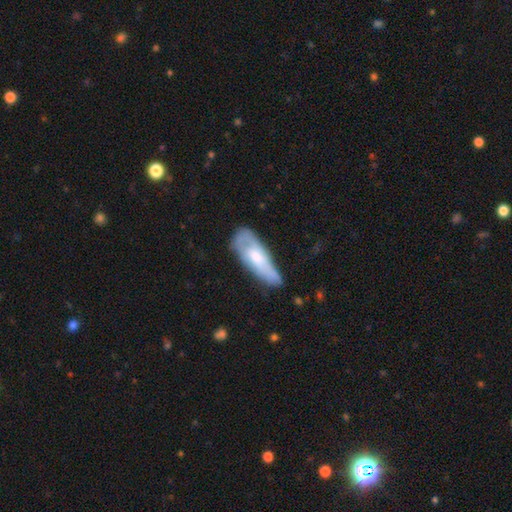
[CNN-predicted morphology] This appears to be a smooth galaxy with no disk features (52%) that is in between round and cigar-shaped (60%). Merging: none (51%).